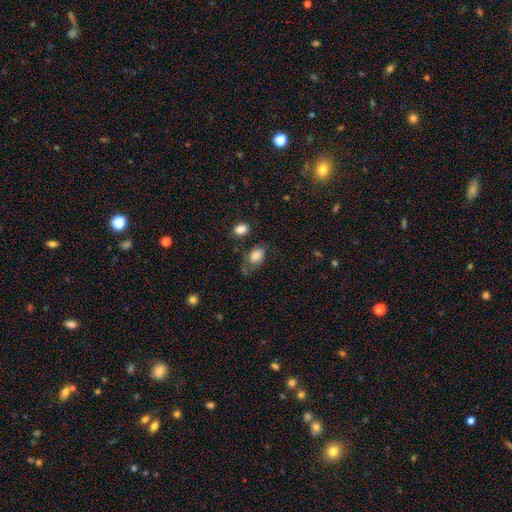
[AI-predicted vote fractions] Overall: smooth (78%). How rounded: in between (82%). Merging: none (49%; minor disturbance 27%).